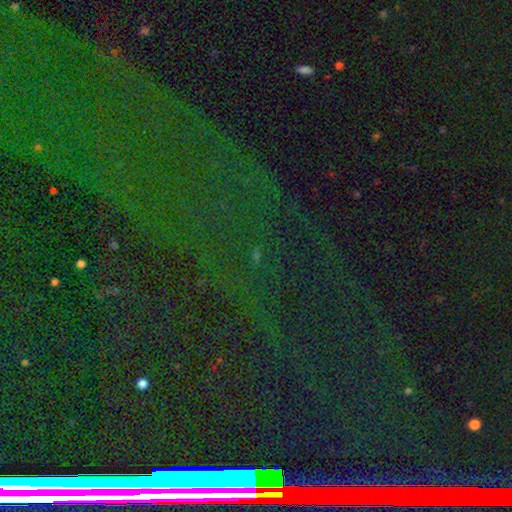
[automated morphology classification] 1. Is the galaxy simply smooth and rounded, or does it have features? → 82% star or artifact, 9% smooth, 9% featured or disk.